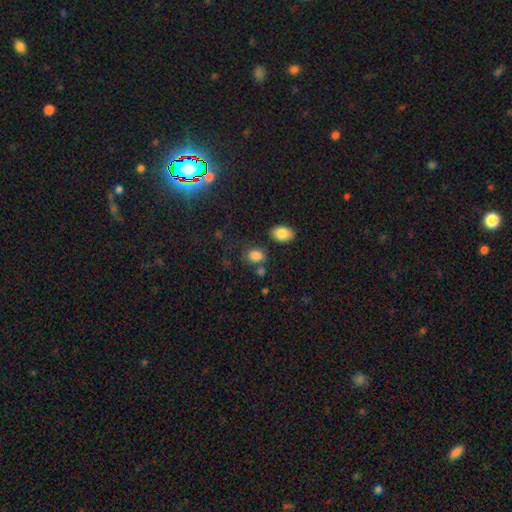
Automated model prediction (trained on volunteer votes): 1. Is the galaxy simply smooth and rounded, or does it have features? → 84% smooth, 10% star or artifact, 6% featured or disk.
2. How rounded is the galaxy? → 64% in between, 35% round, 1% cigar-shaped.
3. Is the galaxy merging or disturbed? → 65% none, 17% minor disturbance, 11% merger, 7% major disturbance.